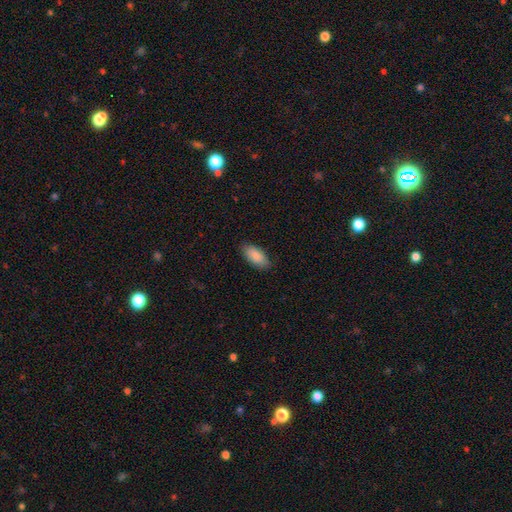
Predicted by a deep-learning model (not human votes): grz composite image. It shows a smooth galaxy with no disk features (89%) that is in between round and cigar-shaped (91%). Merging: none (86%).